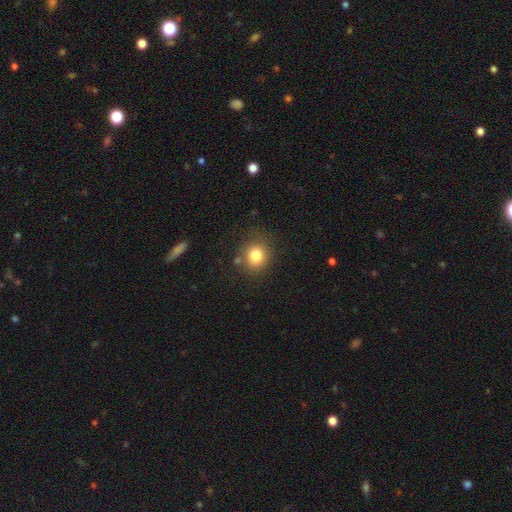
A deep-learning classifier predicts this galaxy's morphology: This is clearly a smooth galaxy (80%). How rounded: likely round (78%). Merging: likely none (80%).